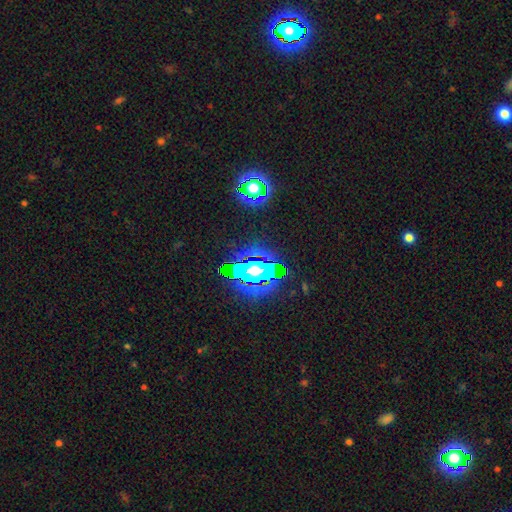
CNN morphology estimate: This appears to be a star or artifact, not a galaxy (81%).